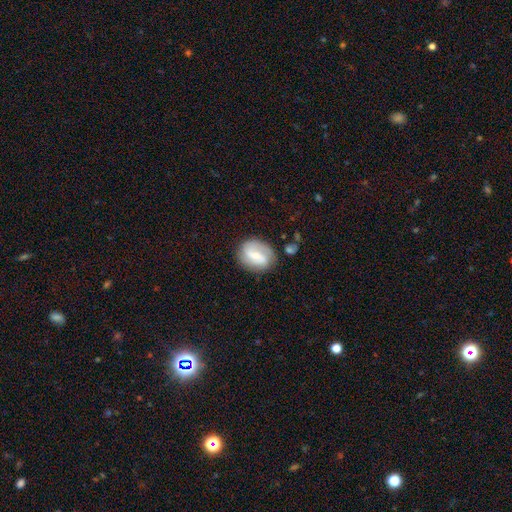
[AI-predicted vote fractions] Smooth or featured?
  - featured or disk: 62% *
  - smooth: 31%
  - star or artifact: 6%
Edge-on disk?
  - no: 97% *
  - yes: 3%
Bar?
  - weak: 48% *
  - no: 26%
  - strong: 26%
Spiral arms?
  - yes: 85% *
  - no: 15%
Spiral winding?
  - medium: 41% *
  - loose: 30%
  - tight: 29%
Spiral arm count?
  - 2: 73% *
  - can't tell: 12%
  - 1: 10%
  - 3: 3%
  - 4: 1%
  - more than 4: 1%
Bulge size?
  - small: 50% *
  - moderate: 42%
  - large: 3%
  - none: 3%
  - dominant: 1%
Merging?
  - none: 72% *
  - minor disturbance: 18%
  - major disturbance: 6%
  - merger: 3%